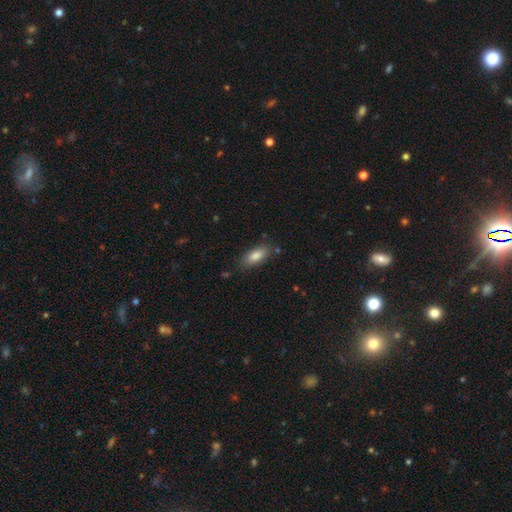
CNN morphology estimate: smooth-or-featured: smooth: 83% | featured or disk: 10% | star or artifact: 7%
  how-rounded: in between: 81% | cigar-shaped: 16% | round: 2%
  merging: none: 81% | minor disturbance: 13% | major disturbance: 3% | merger: 2%